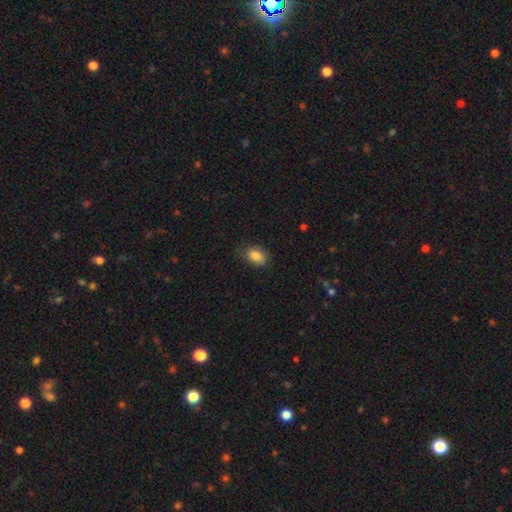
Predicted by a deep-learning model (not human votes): Overall: smooth (84%). How rounded: in between (84%). Merging: none (75%).